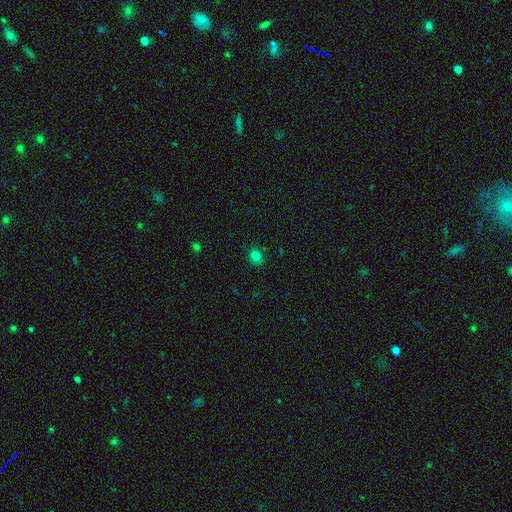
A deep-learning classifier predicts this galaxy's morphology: smooth_or_featured: smooth (p=0.80) [alt: star or artifact p=0.15]
how_rounded: round (p=0.56) [alt: in between p=0.43]
merging: none (p=0.87) [alt: minor disturbance p=0.09]